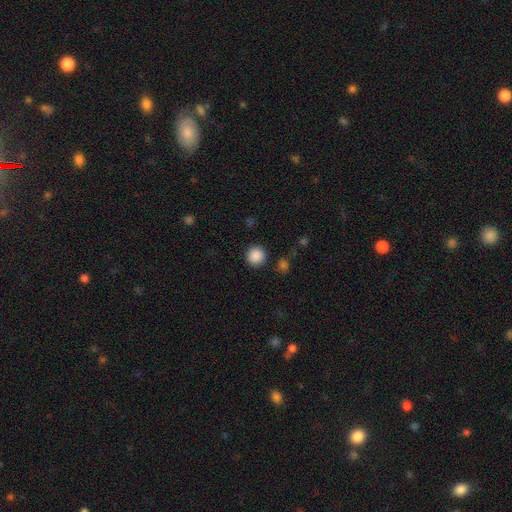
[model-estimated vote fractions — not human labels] The model was most divided on "smooth or featured": smooth: 88%, star or artifact: 10%, featured or disk: 3%. More confident: how rounded — round (94%); merging — none (89%).